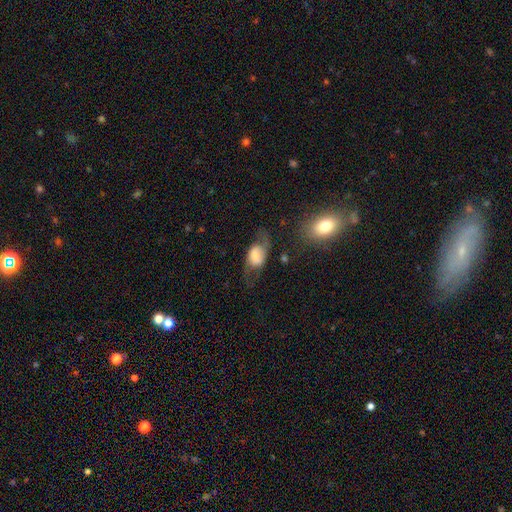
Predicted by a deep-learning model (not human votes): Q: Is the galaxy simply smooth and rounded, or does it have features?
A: featured or disk — 52%.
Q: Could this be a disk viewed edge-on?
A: no — 93%.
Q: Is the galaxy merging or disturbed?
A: none — 52%.